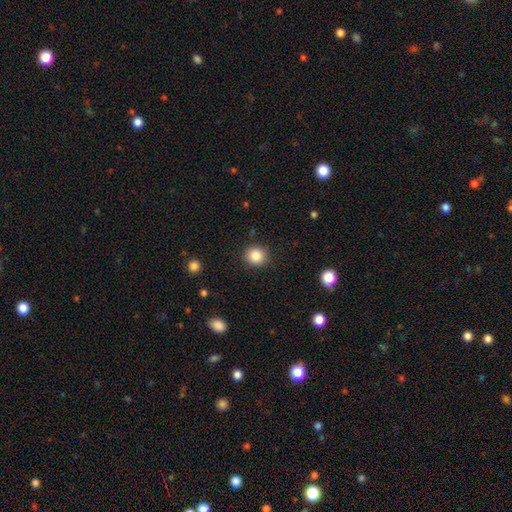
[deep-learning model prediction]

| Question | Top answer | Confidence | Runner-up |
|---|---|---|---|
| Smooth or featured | smooth | 85% | star or artifact (10%) |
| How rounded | round | 89% | in between (10%) |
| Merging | none | 90% | minor disturbance (7%) |